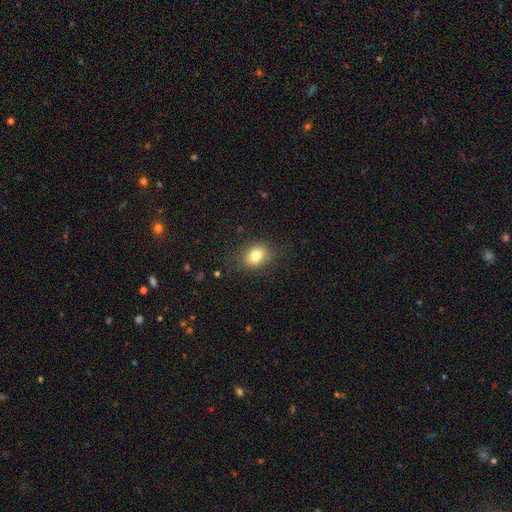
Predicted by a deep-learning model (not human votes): Overall: smooth (80%). How rounded: in between (55%; round 44%). Merging: none (84%).